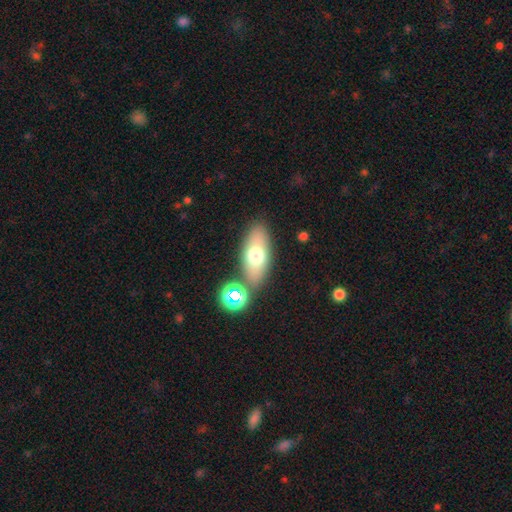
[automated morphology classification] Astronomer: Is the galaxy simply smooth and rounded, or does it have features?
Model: smooth — 66%.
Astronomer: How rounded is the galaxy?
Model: in between — 79%.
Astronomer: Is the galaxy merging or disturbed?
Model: none — 79%.